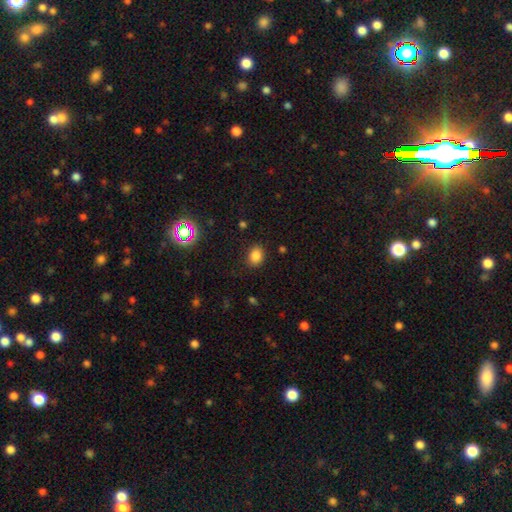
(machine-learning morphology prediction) Smooth or featured? smooth (82%)
How rounded? in between (56%)
Merging? none (85%)